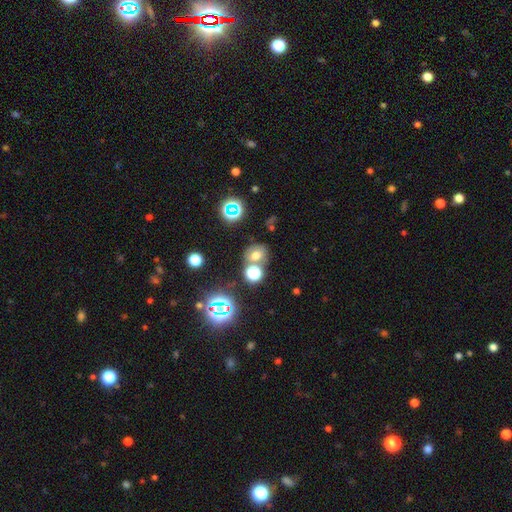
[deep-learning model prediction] Morphology: type=smooth (56%); roundness=round (56%); merging=none (57%).